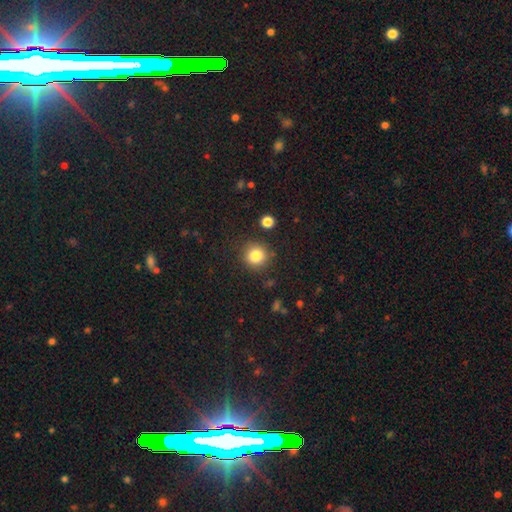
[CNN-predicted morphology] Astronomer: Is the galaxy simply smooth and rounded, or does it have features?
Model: smooth — 84%.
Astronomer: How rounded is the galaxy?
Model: round — 92%.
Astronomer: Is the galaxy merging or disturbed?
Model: none — 87%.